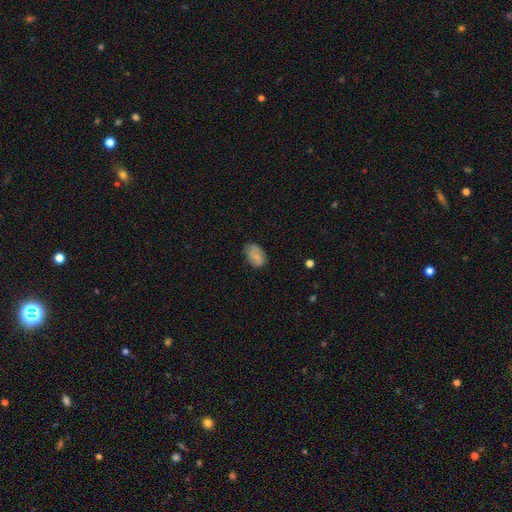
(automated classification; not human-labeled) A smooth galaxy with no disk features (77%) that is in between round and cigar-shaped (88%).

Vote fractions:
- Smooth or featured? smooth: 77% / featured or disk: 14% / star or artifact: 8%
- How rounded? in between: 88% / round: 10% / cigar-shaped: 1%
- Merging? none: 63% / minor disturbance: 29% / major disturbance: 7% / merger: 2%